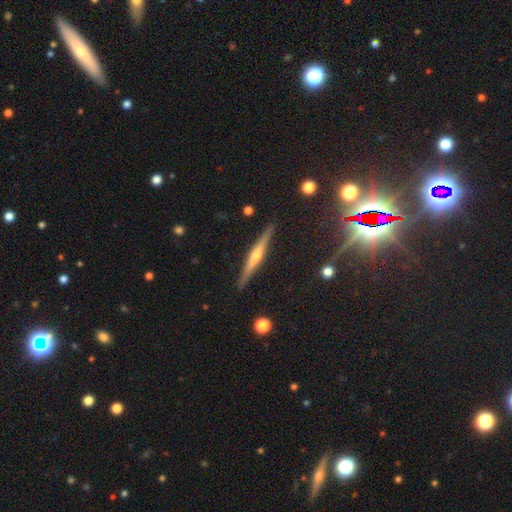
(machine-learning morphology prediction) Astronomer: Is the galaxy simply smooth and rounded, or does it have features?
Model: featured or disk — 72%.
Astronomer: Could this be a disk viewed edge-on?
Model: yes — 98%.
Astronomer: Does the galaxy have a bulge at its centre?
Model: rounded — 81%.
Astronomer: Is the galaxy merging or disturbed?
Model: none — 91%.